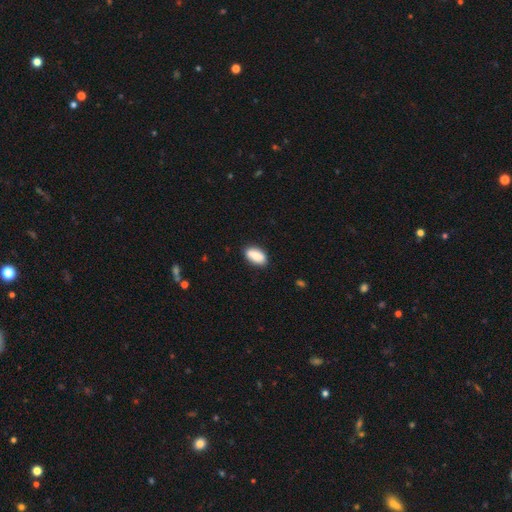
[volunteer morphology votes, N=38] This appears to be a smooth galaxy with no disk features (84%) that is in between round and cigar-shaped (97%). Merging: none (81%).